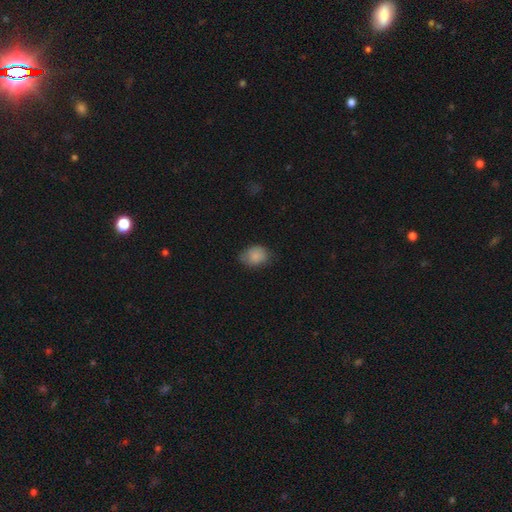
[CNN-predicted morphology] smooth-or-featured: smooth: 85% | star or artifact: 8% | featured or disk: 7%
  how-rounded: in between: 61% | round: 38% | cigar-shaped: 1%
  merging: none: 68% | minor disturbance: 25% | major disturbance: 5% | merger: 1%